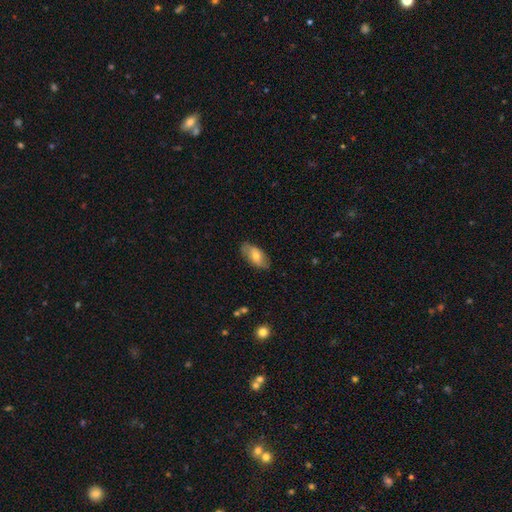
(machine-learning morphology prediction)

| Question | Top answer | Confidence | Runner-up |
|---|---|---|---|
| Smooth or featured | smooth | 64% | featured or disk (30%) |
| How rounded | in between | 91% | cigar-shaped (5%) |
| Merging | none | 79% | minor disturbance (16%) |